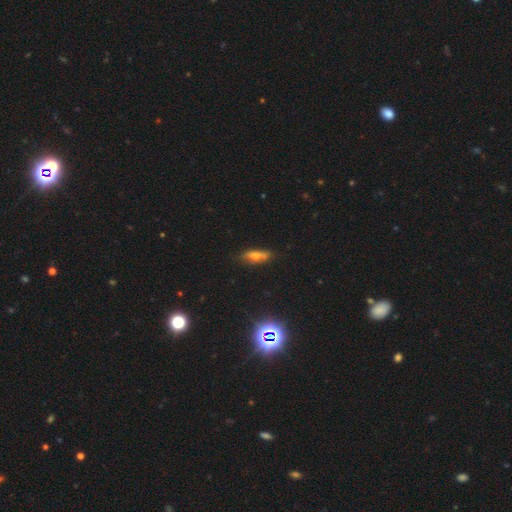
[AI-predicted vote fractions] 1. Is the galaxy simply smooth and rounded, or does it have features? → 55% smooth, 26% featured or disk, 19% star or artifact.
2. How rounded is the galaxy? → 55% in between, 41% cigar-shaped, 4% round.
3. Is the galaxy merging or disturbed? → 70% none, 22% minor disturbance, 5% major disturbance, 3% merger.